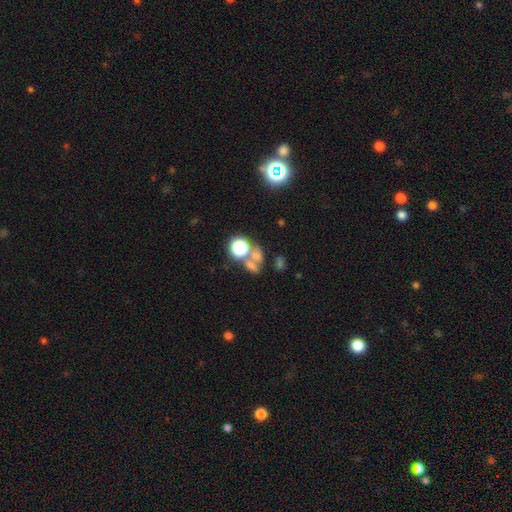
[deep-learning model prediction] smooth 56%, star or artifact 30%, featured or disk 14%. Down the decision tree: how rounded — round (51%); merging — merger (42%).